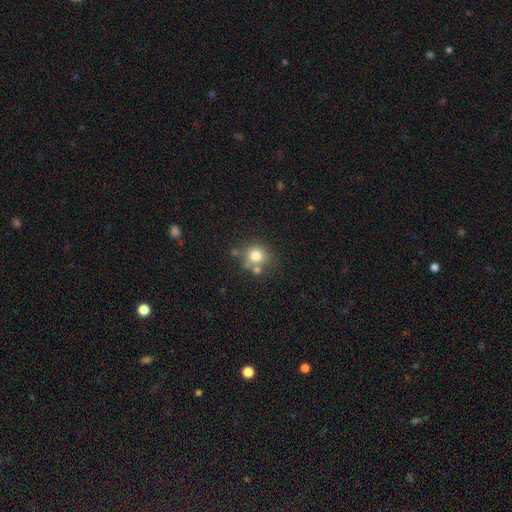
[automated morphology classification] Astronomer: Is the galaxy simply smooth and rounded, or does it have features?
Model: smooth — 76%.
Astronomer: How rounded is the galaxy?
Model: round — 83%.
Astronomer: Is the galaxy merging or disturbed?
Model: none — 63%.